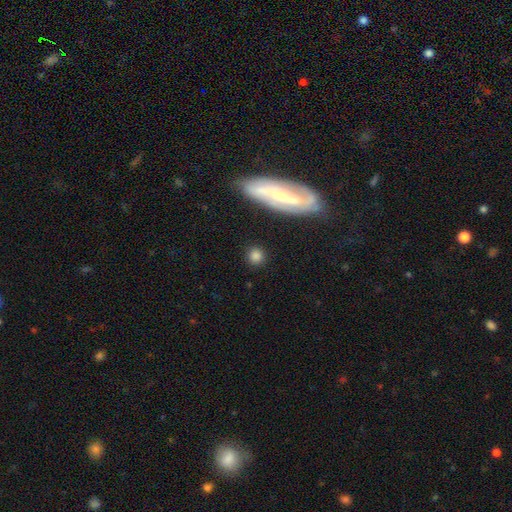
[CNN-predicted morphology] This is likely a smooth galaxy (78%). How rounded: clearly round (82%). Merging: clearly none (84%).